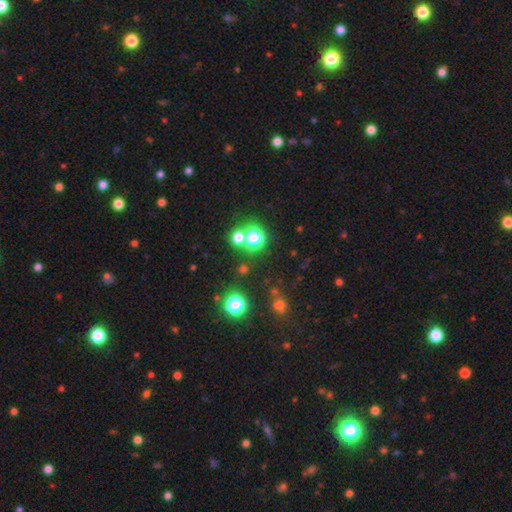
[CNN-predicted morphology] Q: Smooth or featured?
A: star or artifact (62%); runner-up: smooth (30%)